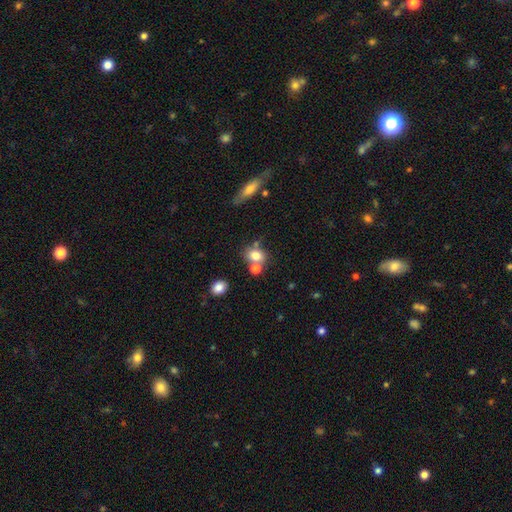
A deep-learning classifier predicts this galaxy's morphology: smooth 78%, star or artifact 11%, featured or disk 11%. Down the decision tree: how rounded — in between (49%, tied with round); merging — none (51%).